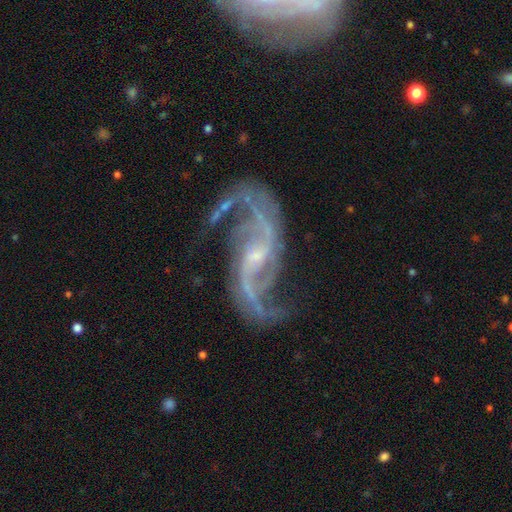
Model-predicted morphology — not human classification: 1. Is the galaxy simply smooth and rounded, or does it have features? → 92% featured or disk, 6% star or artifact, 3% smooth.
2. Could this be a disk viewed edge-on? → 97% no, 3% yes.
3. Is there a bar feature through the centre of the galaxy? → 48% weak, 31% no, 21% strong.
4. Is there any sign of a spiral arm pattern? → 98% yes, 2% no.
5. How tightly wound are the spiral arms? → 58% loose, 32% medium, 9% tight.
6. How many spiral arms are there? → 82% 2, 5% 3, 4% can't tell, 3% 4, 3% 1, 3% more than 4.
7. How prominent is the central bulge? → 72% small, 20% moderate, 6% none, 1% large, 1% dominant.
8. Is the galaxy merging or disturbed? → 65% none, 17% minor disturbance, 13% major disturbance, 5% merger.